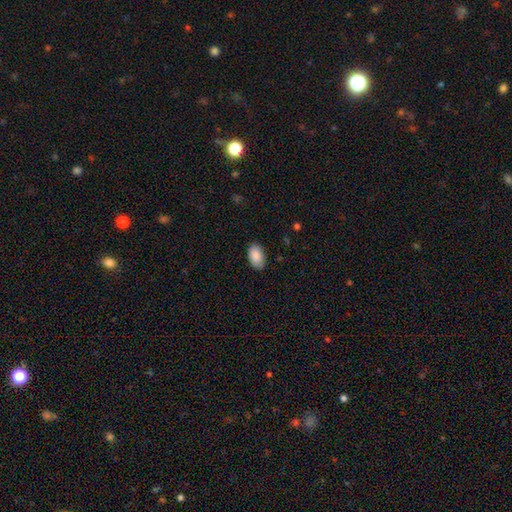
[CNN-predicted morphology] Smooth or featured?
  - smooth: 88% *
  - star or artifact: 6%
  - featured or disk: 6%
How rounded?
  - in between: 94% *
  - round: 5%
  - cigar-shaped: 1%
Merging?
  - none: 85% *
  - minor disturbance: 12%
  - major disturbance: 2%
  - merger: 1%